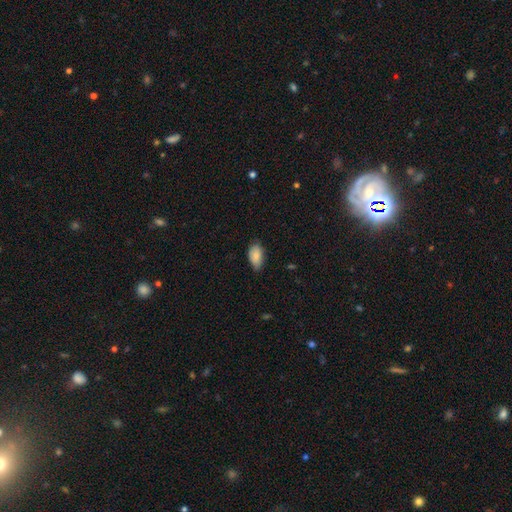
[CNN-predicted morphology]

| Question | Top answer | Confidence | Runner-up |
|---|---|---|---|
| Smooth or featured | smooth | 83% | featured or disk (10%) |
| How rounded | in between | 94% | round (3%) |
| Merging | none | 70% | minor disturbance (26%) |